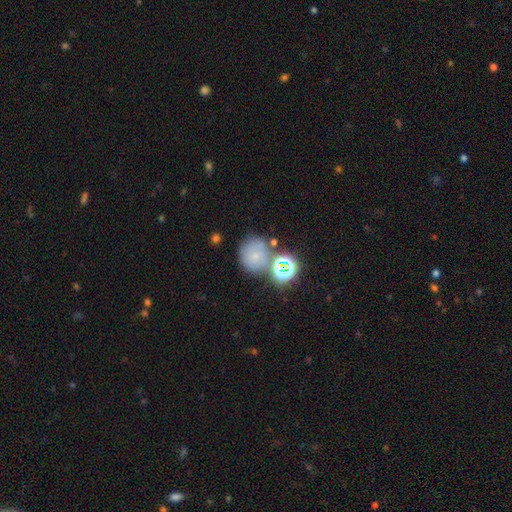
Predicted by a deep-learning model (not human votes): smooth 57%, star or artifact 26%, featured or disk 17%. Down the decision tree: how rounded — round (81%); merging — none (58%).